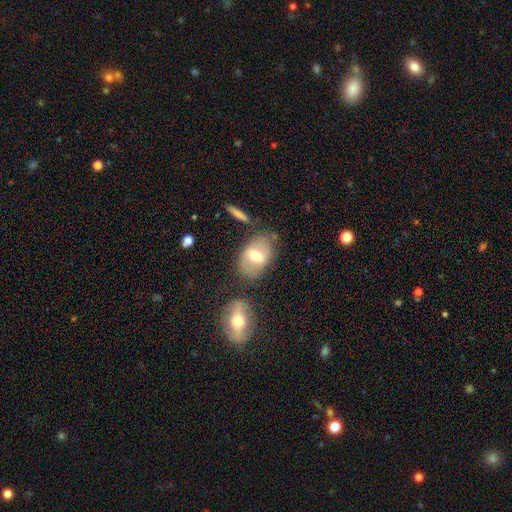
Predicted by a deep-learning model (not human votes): Overall: smooth (53%; featured or disk 39%). How rounded: in between (84%). Merging: none (69%).